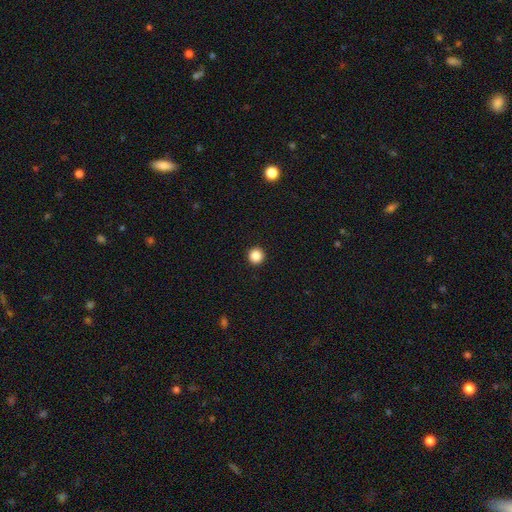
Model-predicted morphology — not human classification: A smooth galaxy with no disk features (87%) that is round (96%).

Vote fractions:
- Smooth or featured? smooth: 87% / star or artifact: 10% / featured or disk: 3%
- How rounded? round: 96% / in between: 3% / cigar-shaped: 1%
- Merging? none: 94% / minor disturbance: 4% / major disturbance: 1% / merger: 1%